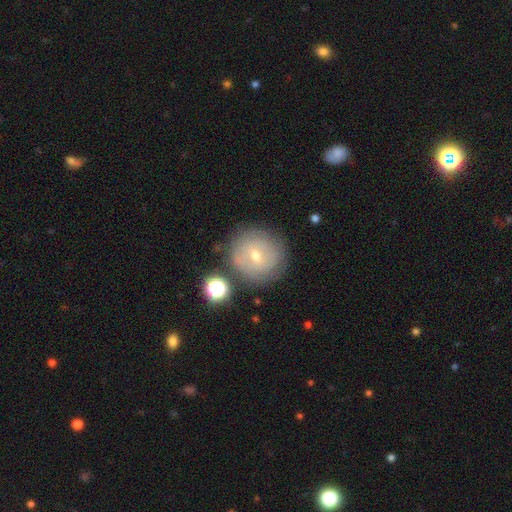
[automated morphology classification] Smooth or featured? featured or disk (52%)
Edge-on disk? no (96%)
Bar? no (49%)
Spiral arms? yes (65%)
Bulge size? small (57%)
Merging? none (78%)